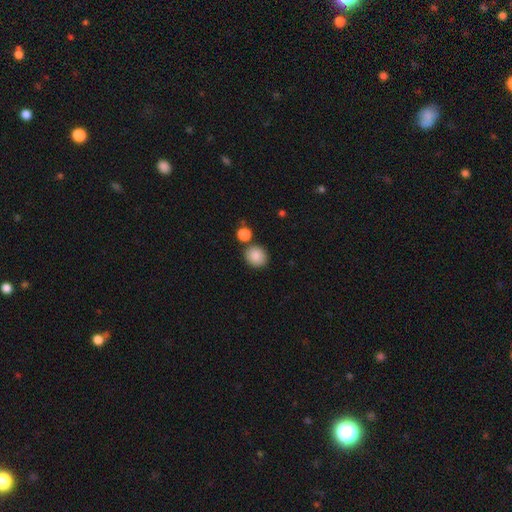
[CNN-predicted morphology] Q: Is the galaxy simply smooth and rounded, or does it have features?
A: smooth — 87%.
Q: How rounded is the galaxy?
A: round — 80%.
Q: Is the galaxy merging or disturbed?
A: none — 77%.